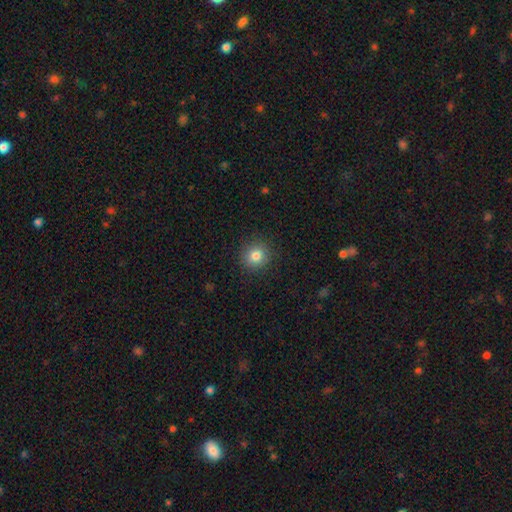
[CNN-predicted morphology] Smooth or featured: smooth — 82% (star or artifact — 11%)
How rounded: round — 88% (in between — 12%)
Merging: none — 89% (minor disturbance — 7%)